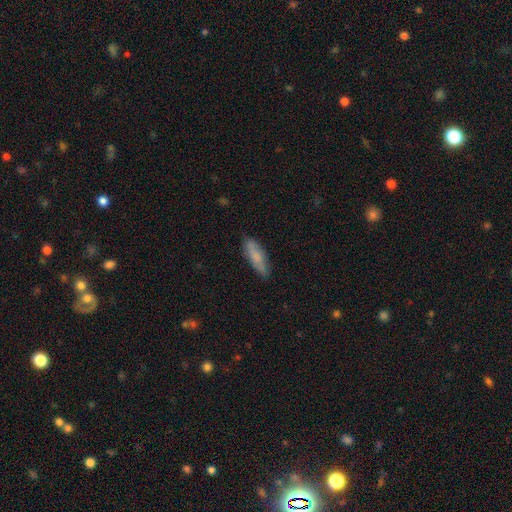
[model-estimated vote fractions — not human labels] smooth-or-featured: smooth: 76% | featured or disk: 18% | star or artifact: 6%
  how-rounded: cigar-shaped: 53% | in between: 46% | round: 2%
  merging: none: 81% | minor disturbance: 15% | major disturbance: 3% | merger: 1%